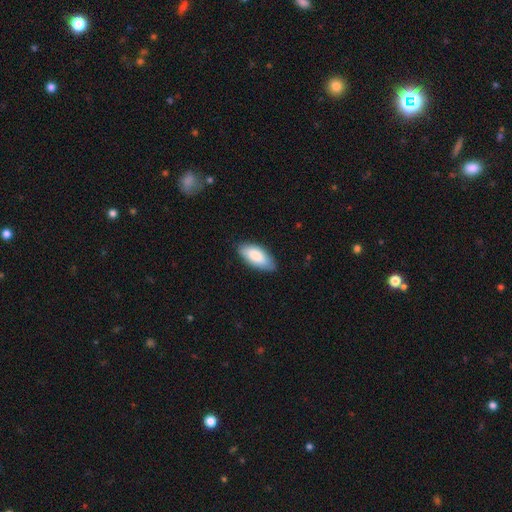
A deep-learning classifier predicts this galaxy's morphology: Smooth or featured?
  - smooth: 85% *
  - featured or disk: 10%
  - star or artifact: 5%
How rounded?
  - in between: 89% *
  - cigar-shaped: 9%
  - round: 2%
Merging?
  - none: 81% *
  - minor disturbance: 16%
  - major disturbance: 2%
  - merger: 1%